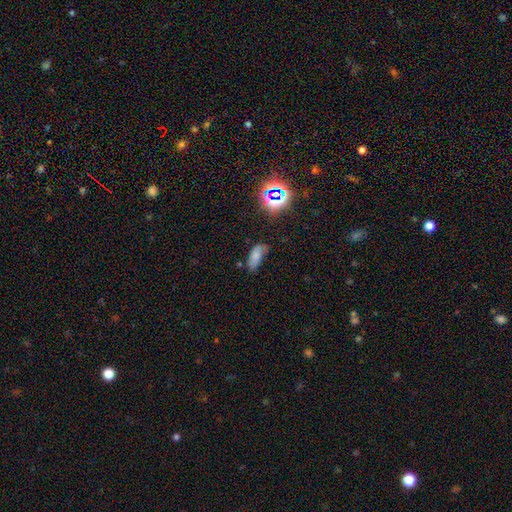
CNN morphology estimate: smooth-or-featured: smooth: 70% | star or artifact: 16% | featured or disk: 15%
  how-rounded: in between: 83% | cigar-shaped: 13% | round: 4%
  merging: none: 43% | minor disturbance: 36% | major disturbance: 16% | merger: 6%